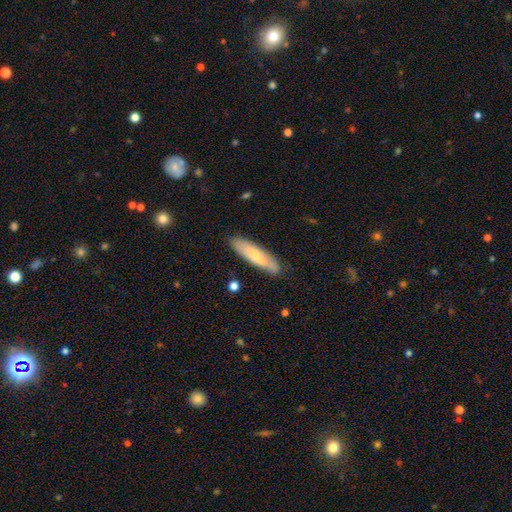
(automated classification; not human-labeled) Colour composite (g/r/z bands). It shows a smooth galaxy with no disk features (66%) that is cigar-shaped (72%). Merging: none (86%).